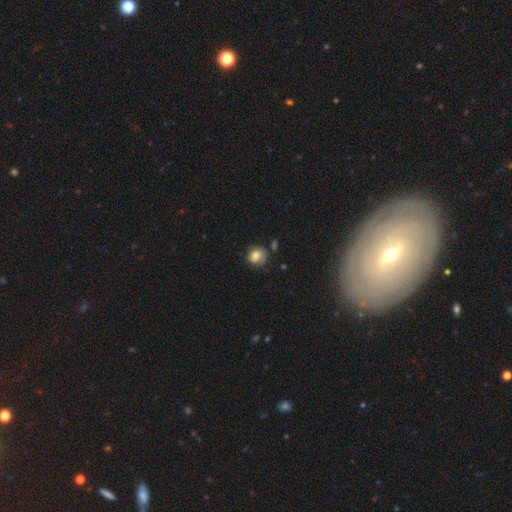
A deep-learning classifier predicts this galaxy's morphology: This is likely a smooth galaxy (77%). How rounded: likely round (73%). Merging: likely none (63%).